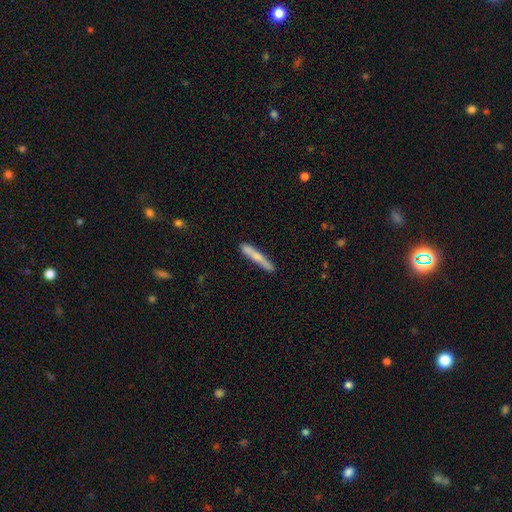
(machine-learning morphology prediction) This appears to be a smooth galaxy with no disk features (63%) that is cigar-shaped (95%). Merging: none (80%).